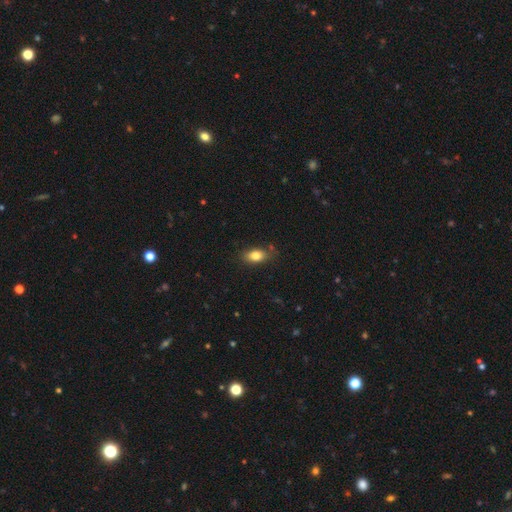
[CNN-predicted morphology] smooth-or-featured: smooth: 82% | featured or disk: 10% | star or artifact: 9%
  how-rounded: in between: 86% | round: 9% | cigar-shaped: 5%
  merging: none: 78% | minor disturbance: 16% | major disturbance: 3% | merger: 3%